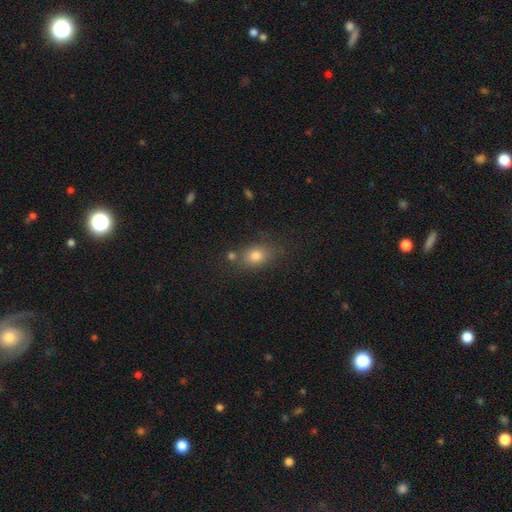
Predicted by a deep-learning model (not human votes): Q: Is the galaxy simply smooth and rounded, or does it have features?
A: smooth — 77%.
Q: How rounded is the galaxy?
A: in between — 66%.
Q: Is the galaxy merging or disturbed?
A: none — 67%.